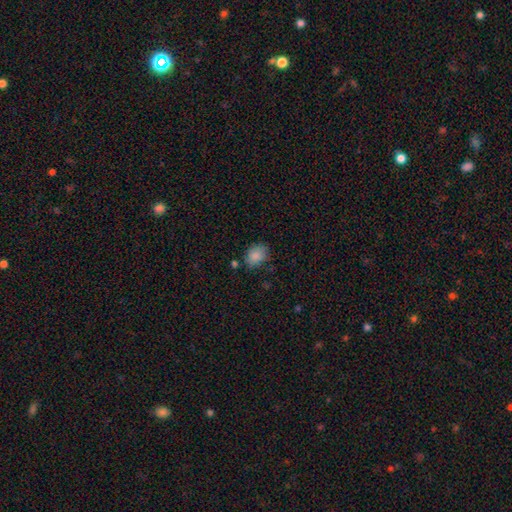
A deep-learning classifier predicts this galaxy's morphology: A smooth galaxy with no disk features (86%) that is in between round and cigar-shaped (56%).

Vote fractions:
- Smooth or featured? smooth: 86% / star or artifact: 9% / featured or disk: 5%
- How rounded? in between: 56% / round: 43% / cigar-shaped: 1%
- Merging? none: 72% / minor disturbance: 19% / merger: 4% / major disturbance: 4%